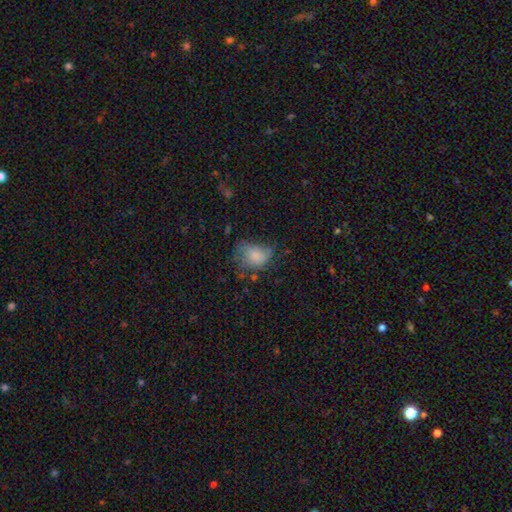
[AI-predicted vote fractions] Morphology: type=smooth (66%); roundness=in between (74%); merging=none (35%).